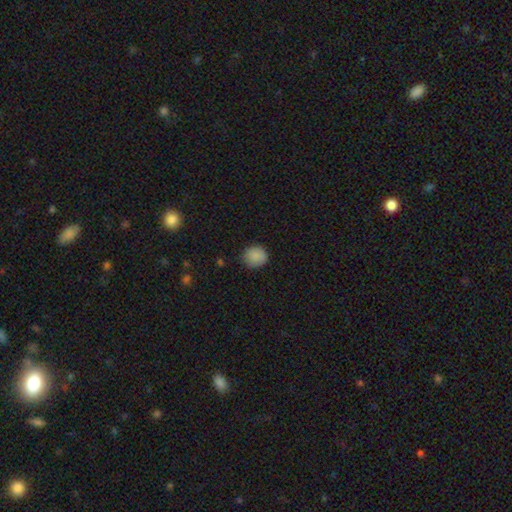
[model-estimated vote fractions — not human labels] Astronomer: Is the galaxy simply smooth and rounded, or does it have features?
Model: smooth — 85%.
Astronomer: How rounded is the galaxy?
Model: round — 84%.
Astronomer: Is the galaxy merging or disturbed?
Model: none — 79%.